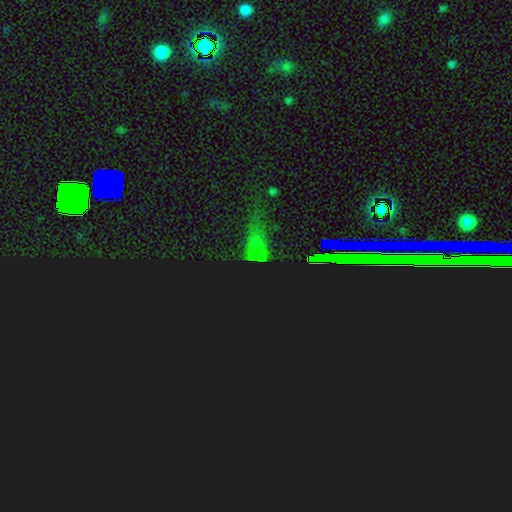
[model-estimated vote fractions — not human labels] Morphology: type=star or artifact (68%).